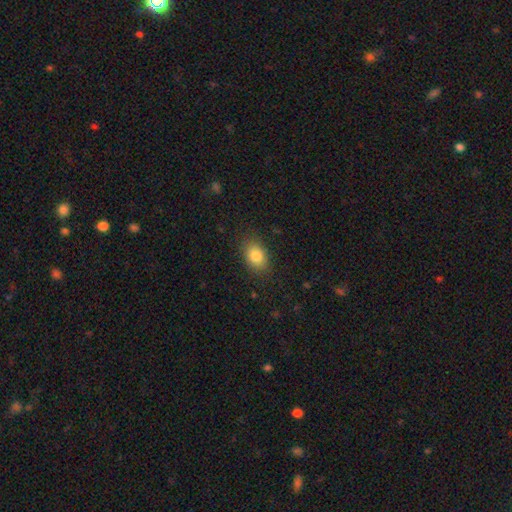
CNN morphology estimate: A smooth galaxy with no disk features (84%) that is in between round and cigar-shaped (76%).

Vote fractions:
- Smooth or featured? smooth: 84% / star or artifact: 9% / featured or disk: 7%
- How rounded? in between: 76% / round: 22% / cigar-shaped: 1%
- Merging? none: 84% / minor disturbance: 11% / major disturbance: 3% / merger: 1%